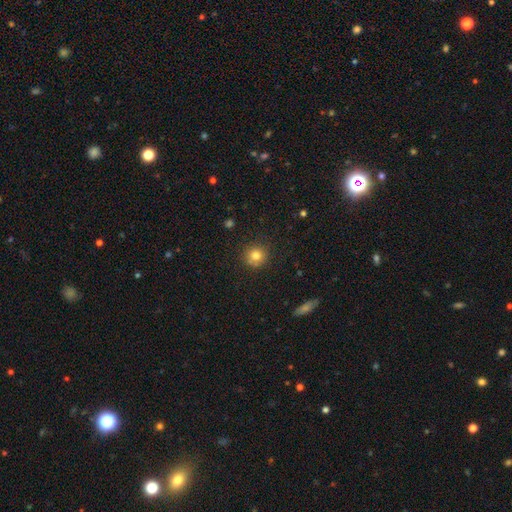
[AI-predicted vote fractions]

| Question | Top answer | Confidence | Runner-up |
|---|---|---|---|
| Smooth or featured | smooth | 80% | star or artifact (13%) |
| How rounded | round | 93% | in between (6%) |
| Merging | none | 86% | minor disturbance (9%) |